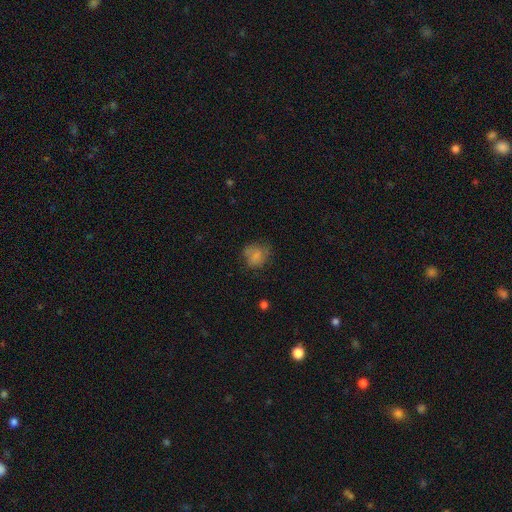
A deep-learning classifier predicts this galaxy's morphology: Smooth or featured: smooth — 72% (featured or disk — 16%)
How rounded: round — 69% (in between — 30%)
Merging: none — 58% (minor disturbance — 26%)